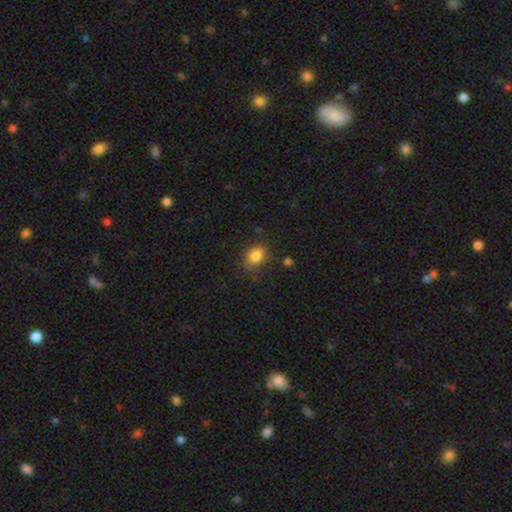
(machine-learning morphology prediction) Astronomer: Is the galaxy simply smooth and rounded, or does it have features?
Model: smooth — 84%.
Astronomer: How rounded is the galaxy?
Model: in between — 70%.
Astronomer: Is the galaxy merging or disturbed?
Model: none — 74%.